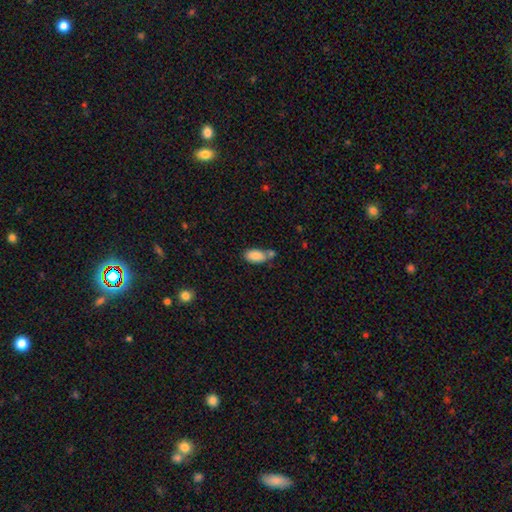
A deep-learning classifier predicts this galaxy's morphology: smooth_or_featured: smooth (p=0.86) [alt: star or artifact p=0.07]
how_rounded: in between (p=0.93) [alt: cigar-shaped p=0.04]
merging: none (p=0.50) [alt: merger p=0.29]